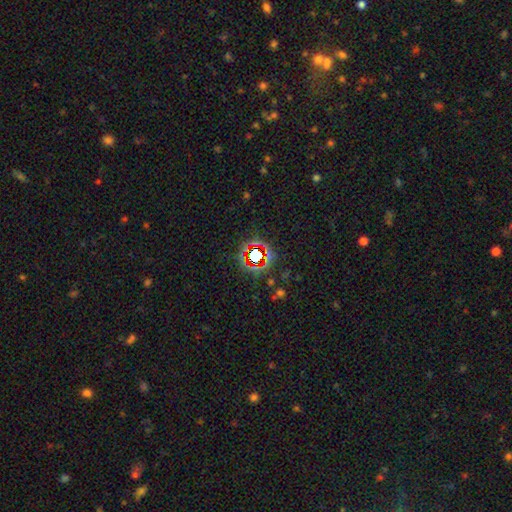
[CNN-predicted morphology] Overall: star or artifact (72%).